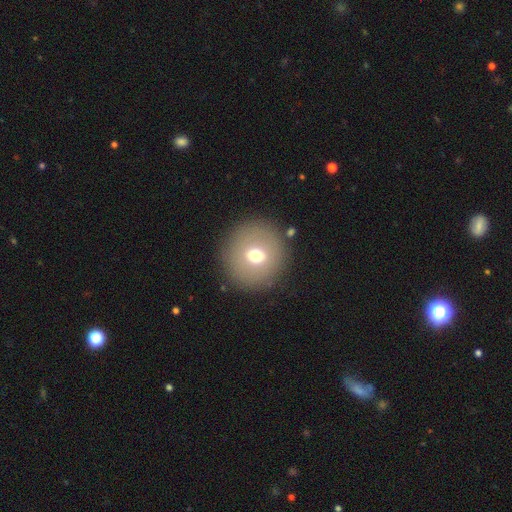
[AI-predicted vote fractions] Smooth or featured? smooth (66%)
How rounded? round (92%)
Merging? none (87%)